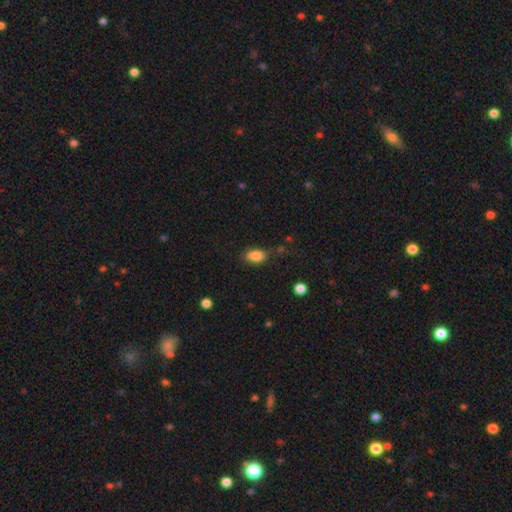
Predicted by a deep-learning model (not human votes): The model was most divided on "merging": none: 71%, minor disturbance: 20%, major disturbance: 6%, merger: 3%. More confident: how rounded — in between (86%); smooth or featured — smooth (86%).